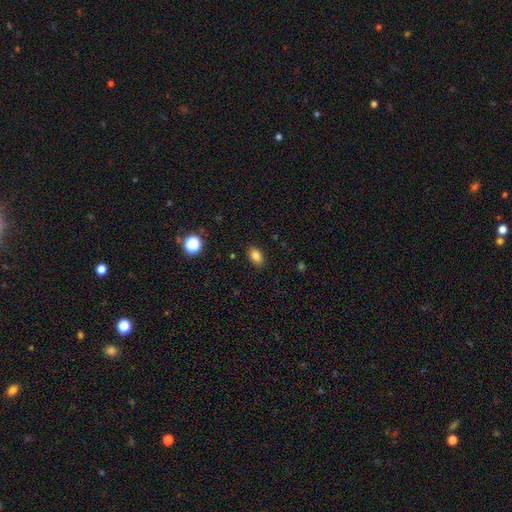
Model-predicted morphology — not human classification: This is clearly a smooth galaxy (82%). How rounded: clearly in between (84%). Merging: clearly none (87%).